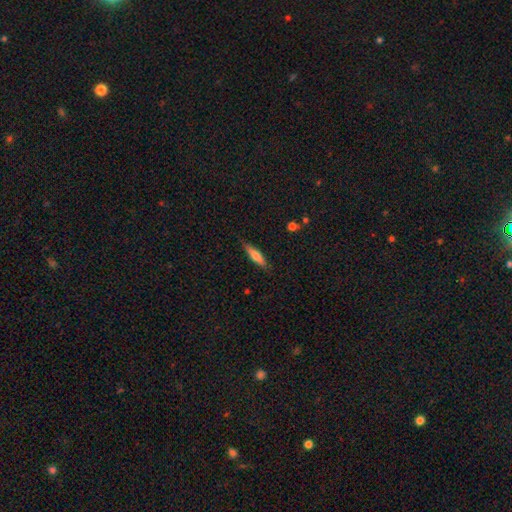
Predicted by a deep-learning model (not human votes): smooth-or-featured: smooth: 62% | featured or disk: 31% | star or artifact: 6%
  how-rounded: cigar-shaped: 74% | in between: 24% | round: 2%
  merging: none: 85% | minor disturbance: 12% | major disturbance: 2% | merger: 1%